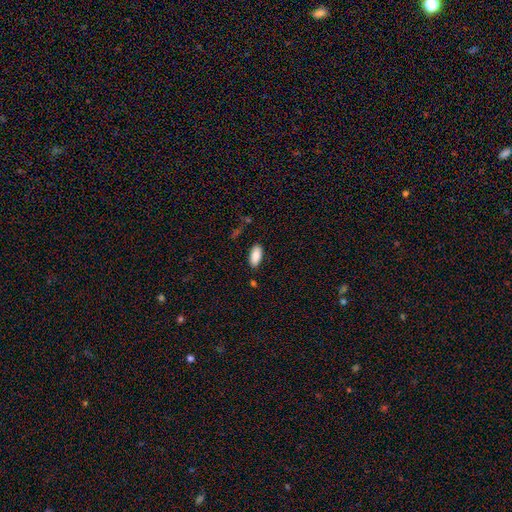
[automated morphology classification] This appears to be a smooth galaxy with no disk features (89%) that is in between round and cigar-shaped (89%). Merging: none (84%).